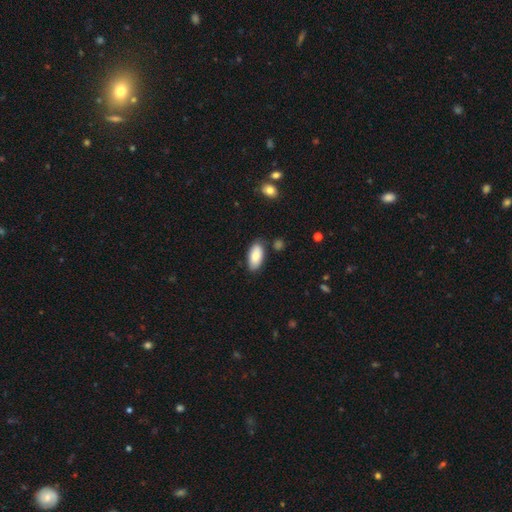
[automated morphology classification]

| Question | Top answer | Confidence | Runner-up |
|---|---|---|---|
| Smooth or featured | smooth | 84% | featured or disk (10%) |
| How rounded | in between | 92% | cigar-shaped (6%) |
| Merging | none | 82% | minor disturbance (12%) |